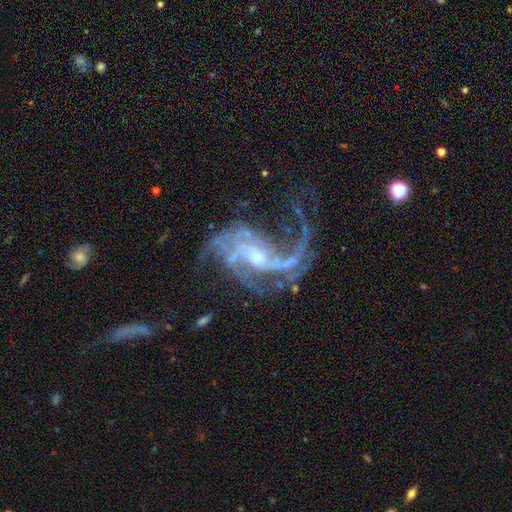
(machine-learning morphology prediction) Smooth or featured? Predicted: featured or disk (p=0.90). Edge-on disk? Predicted: no (p=0.97). Bar? Predicted: weak (p=0.43). Spiral arms? Predicted: yes (p=0.97). Spiral winding? Predicted: loose (p=0.55). Spiral arm count? Predicted: 2 (p=0.34). Bulge size? Predicted: moderate (p=0.48). Merging? Predicted: none (p=0.40).